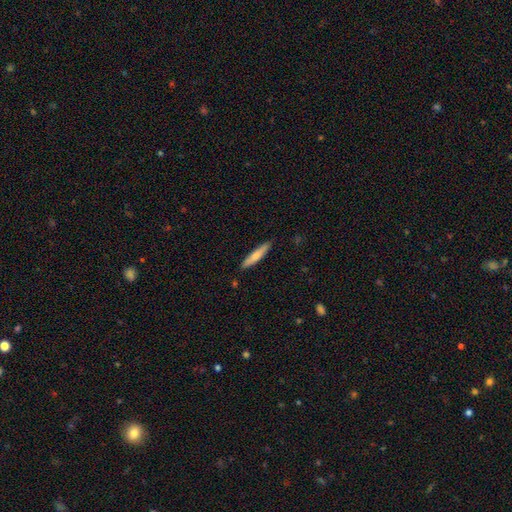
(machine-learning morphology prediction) This appears to be a smooth galaxy with no disk features (65%) that is cigar-shaped (88%). Merging: none (88%).